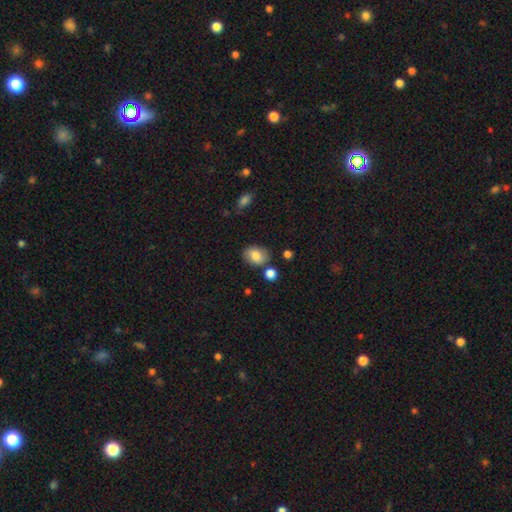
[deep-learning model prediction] smooth_or_featured: smooth (p=0.80) [alt: featured or disk p=0.12]
how_rounded: in between (p=0.68) [alt: round p=0.31]
merging: none (p=0.77) [alt: minor disturbance p=0.14]